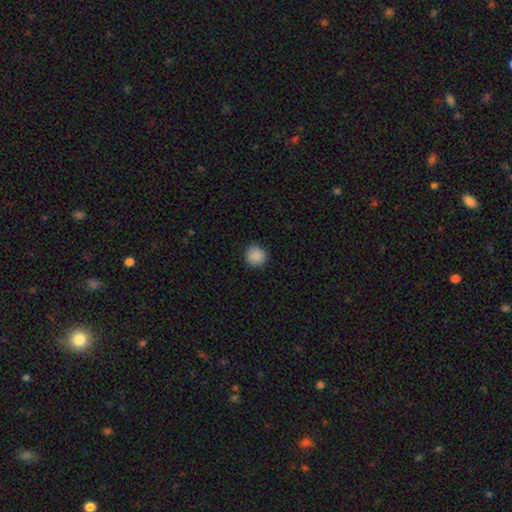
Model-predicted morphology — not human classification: smooth 89%, star or artifact 9%, featured or disk 3%. Down the decision tree: how rounded — round (94%); merging — none (91%).